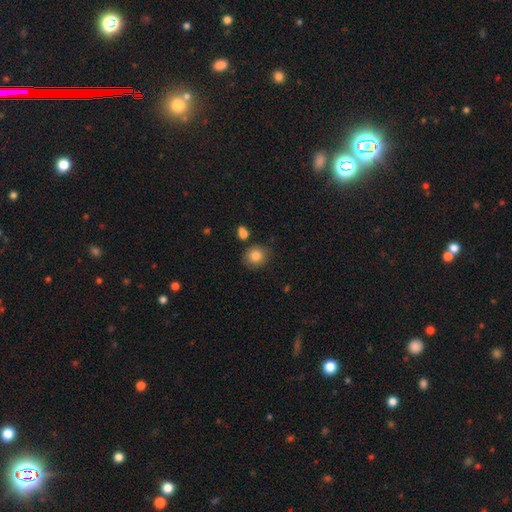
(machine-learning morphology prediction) The model was most divided on "how rounded": round: 77%, in between: 22%, cigar-shaped: 1%. More confident: smooth or featured — smooth (84%); merging — none (80%).